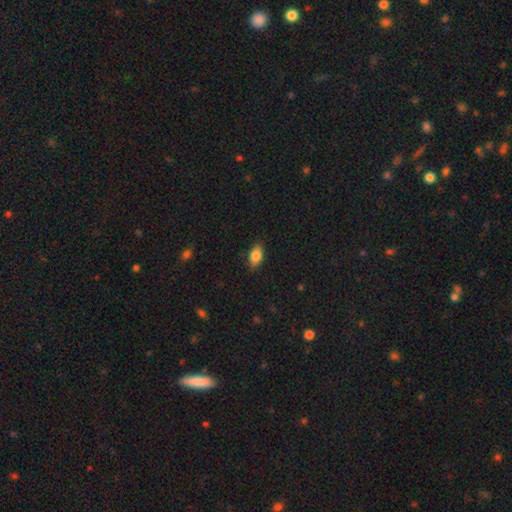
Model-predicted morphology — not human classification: type=smooth (83%); roundness=in between (89%); merging=none (86%).